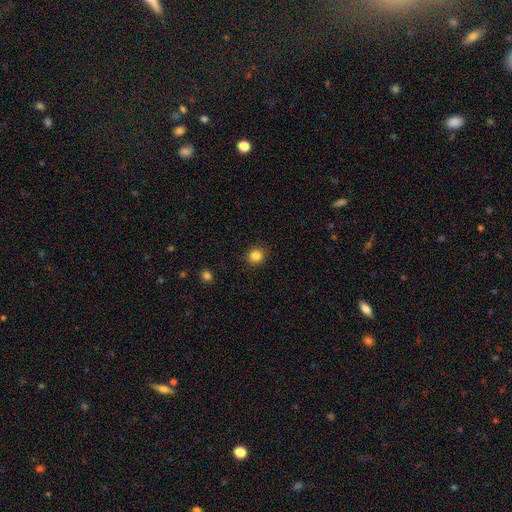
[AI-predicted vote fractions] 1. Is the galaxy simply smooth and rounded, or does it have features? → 84% smooth, 11% star or artifact, 4% featured or disk.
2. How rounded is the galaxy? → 90% round, 9% in between, 1% cigar-shaped.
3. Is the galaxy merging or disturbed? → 91% none, 6% minor disturbance, 2% major disturbance, 1% merger.